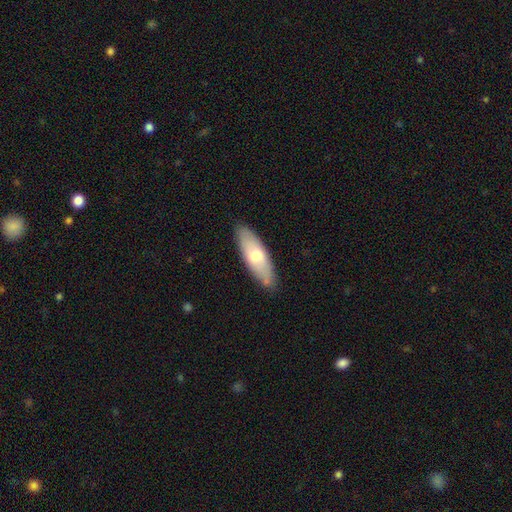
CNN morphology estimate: type=smooth (64%); roundness=in between (61%); merging=none (83%).